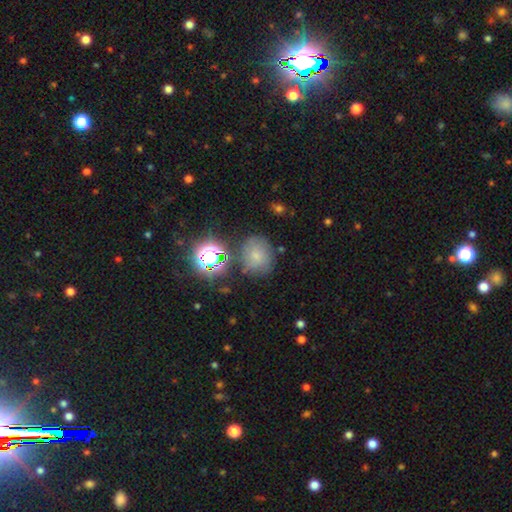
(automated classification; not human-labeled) A smooth galaxy with no disk features (62%) that is round (69%).

Vote fractions:
- Smooth or featured? smooth: 62% / star or artifact: 23% / featured or disk: 15%
- How rounded? round: 69% / in between: 30% / cigar-shaped: 1%
- Merging? none: 68% / minor disturbance: 17% / merger: 8% / major disturbance: 6%